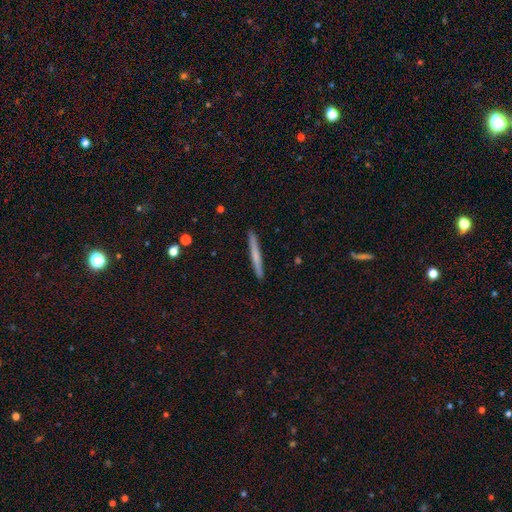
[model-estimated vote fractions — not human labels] smooth-or-featured: smooth: 57% | featured or disk: 37% | star or artifact: 7%
  how-rounded: cigar-shaped: 97% | in between: 2% | round: 1%
  merging: none: 92% | minor disturbance: 6% | major disturbance: 1% | merger: 1%